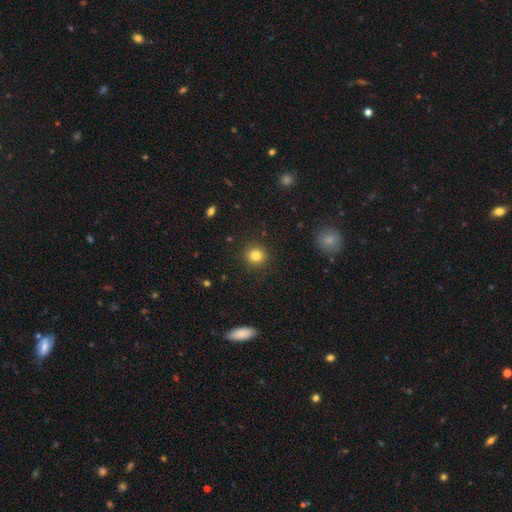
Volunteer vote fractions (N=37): Smooth or featured? smooth (84%)
How rounded? round (94%)
Merging? none (85%)